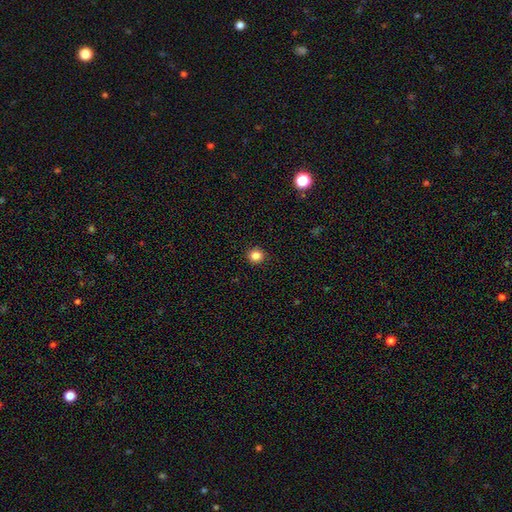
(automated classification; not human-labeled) This appears to be a smooth galaxy with no disk features (84%) that is round (91%). Merging: none (92%).